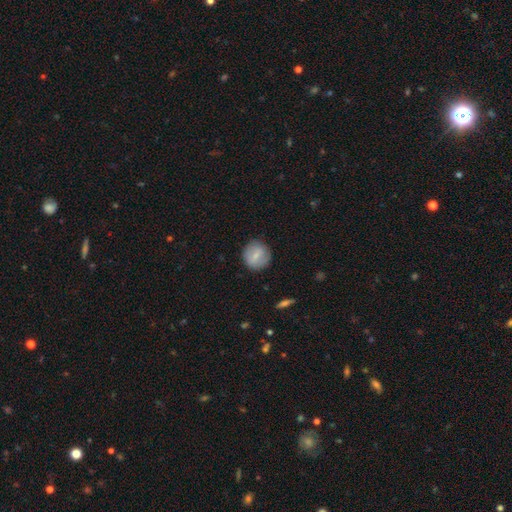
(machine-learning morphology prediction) Smooth or featured?
  - smooth: 70% *
  - featured or disk: 23%
  - star or artifact: 7%
How rounded?
  - round: 90% *
  - in between: 9%
  - cigar-shaped: 1%
Merging?
  - none: 86% *
  - minor disturbance: 10%
  - major disturbance: 3%
  - merger: 1%